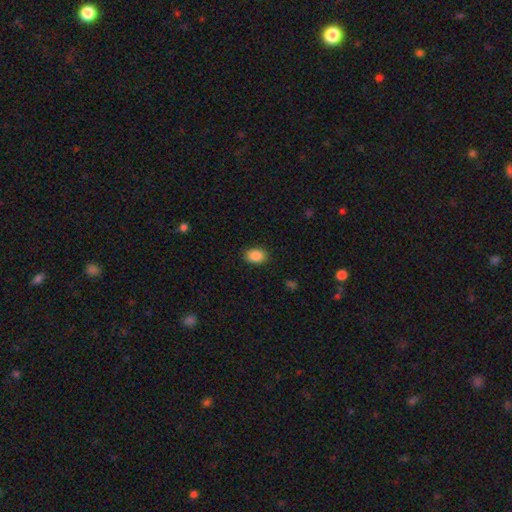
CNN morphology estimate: This is clearly a smooth galaxy (89%). How rounded: clearly in between (81%). Merging: clearly none (88%).